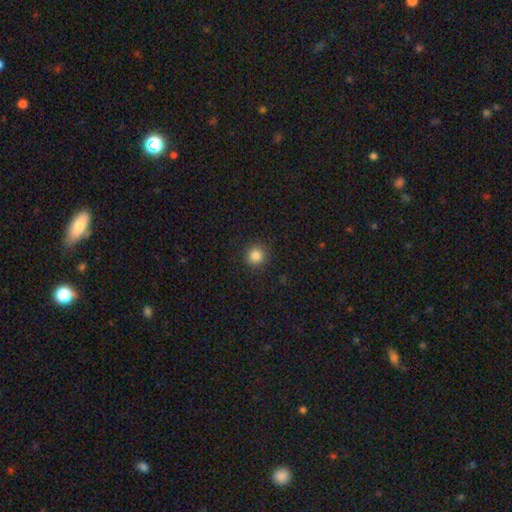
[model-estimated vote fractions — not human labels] Smooth or featured? smooth (84%)
How rounded? round (94%)
Merging? none (91%)